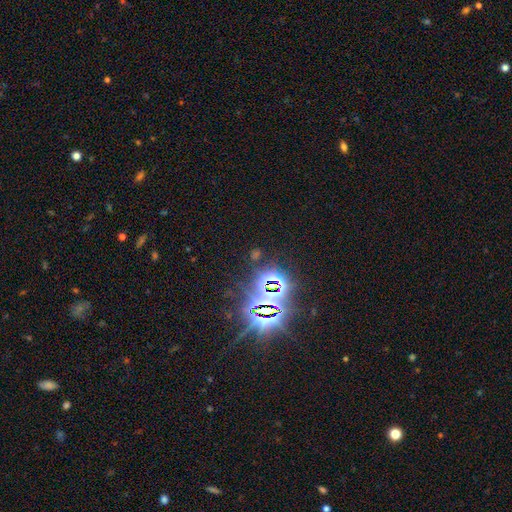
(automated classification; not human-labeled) This is clearly a star or artifact rather than a galaxy (80%).